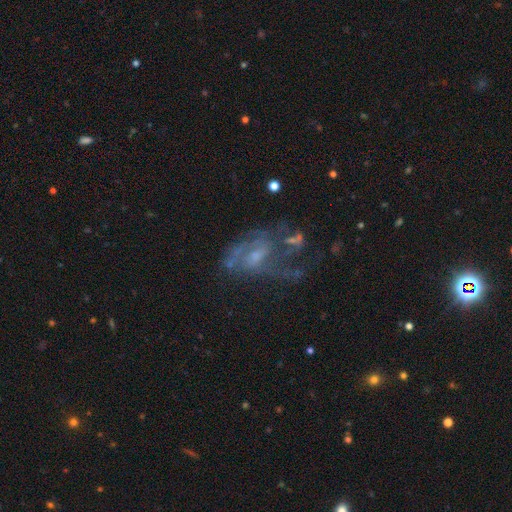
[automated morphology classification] A featured or disk galaxy (76%) with no bar (48%), 2 (35%) medium (42%) spiral arms (74%) and a small central bulge (53%). Merging: none (36%).